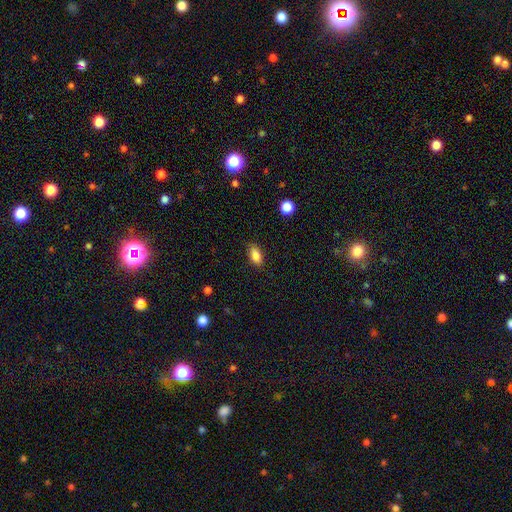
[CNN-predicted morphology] smooth_or_featured: smooth (p=0.86) [alt: star or artifact p=0.09]
how_rounded: in between (p=0.88) [alt: round p=0.06]
merging: none (p=0.85) [alt: minor disturbance p=0.11]